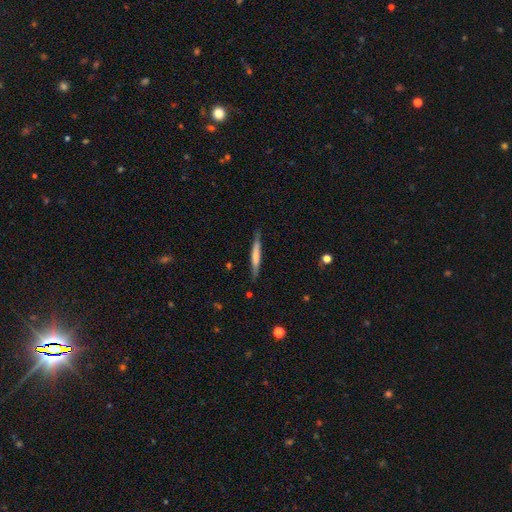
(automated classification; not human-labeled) smooth 59%, featured or disk 35%, star or artifact 6%. Down the decision tree: how rounded — cigar-shaped (95%); merging — none (82%).